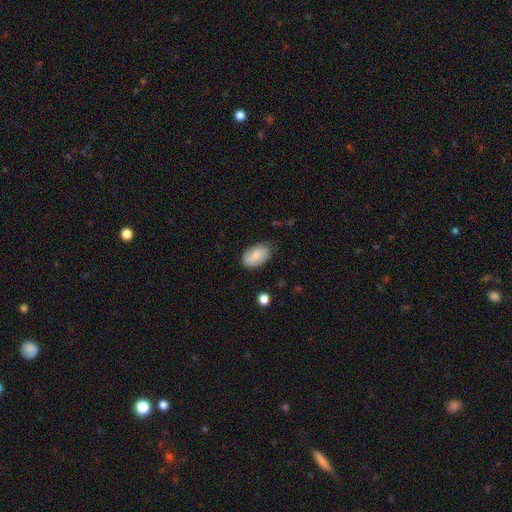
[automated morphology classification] A smooth galaxy with no disk features (82%) that is in between round and cigar-shaped (93%). Merging: none (77%).